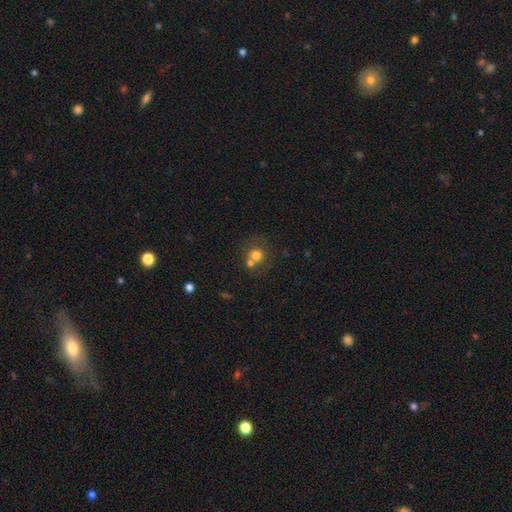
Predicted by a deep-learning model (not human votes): This is likely a smooth galaxy (73%). How rounded: clearly round (83%). Merging: possibly none (45%).